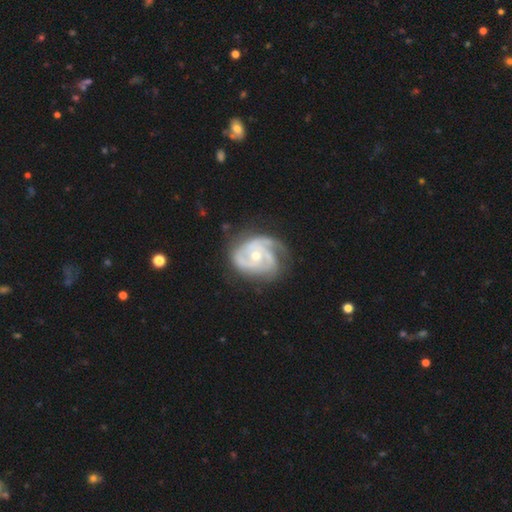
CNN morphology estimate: Q: Smooth or featured?
A: featured or disk (89%); runner-up: smooth (7%)
Q: Edge-on disk?
A: no (98%); runner-up: yes (2%)
Q: Bar?
A: no (72%); runner-up: weak (22%)
Q: Spiral arms?
A: yes (97%); runner-up: no (3%)
Q: Spiral winding?
A: tight (54%); runner-up: medium (37%)
Q: Spiral arm count?
A: 3 (49%); runner-up: 2 (24%)
Q: Bulge size?
A: small (49%); runner-up: moderate (48%)
Q: Merging?
A: none (60%); runner-up: minor disturbance (24%)